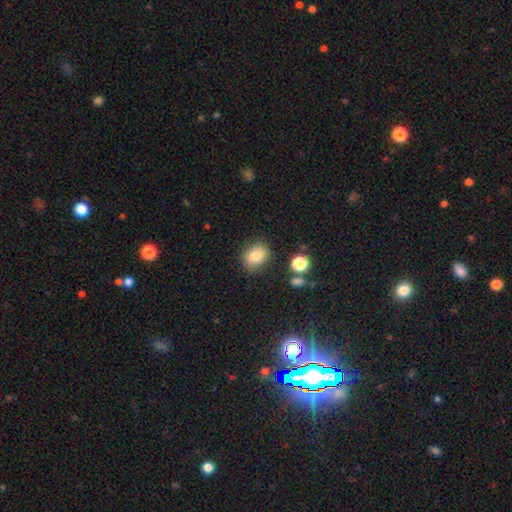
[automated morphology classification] Q: Smooth or featured?
A: smooth (81%); runner-up: star or artifact (10%)
Q: How rounded?
A: in between (52%); runner-up: round (47%)
Q: Merging?
A: none (81%); runner-up: minor disturbance (13%)